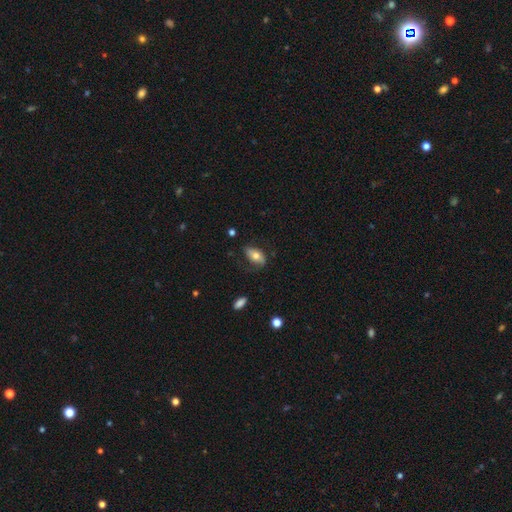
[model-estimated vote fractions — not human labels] This appears to be a smooth galaxy with no disk features (63%) that is in between round and cigar-shaped (88%). Merging: none (64%).